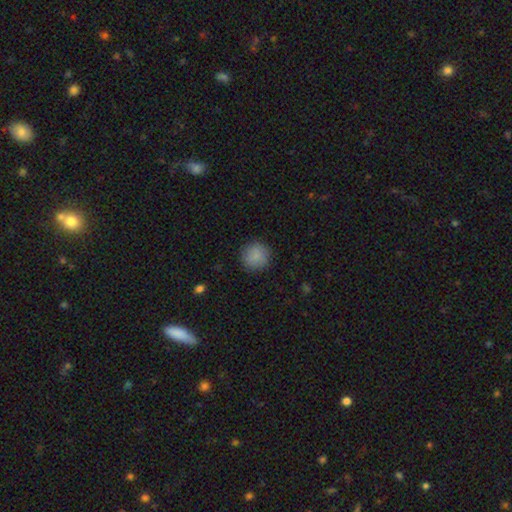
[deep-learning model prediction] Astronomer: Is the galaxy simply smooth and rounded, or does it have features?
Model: smooth — 87%.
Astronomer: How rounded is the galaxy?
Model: round — 94%.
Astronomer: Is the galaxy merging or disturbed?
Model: none — 90%.